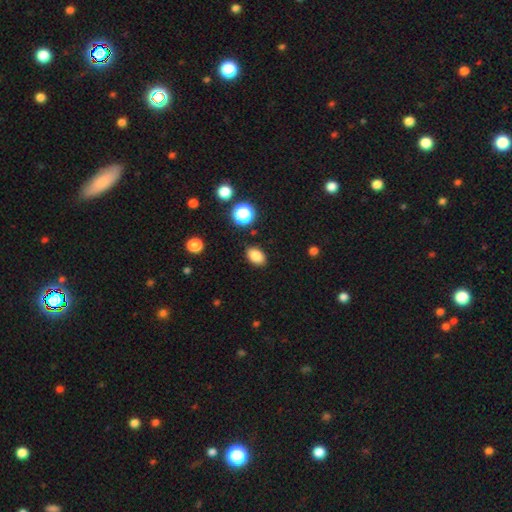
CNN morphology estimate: Smooth or featured: smooth — 83% (star or artifact — 11%)
How rounded: in between — 84% (round — 14%)
Merging: none — 87% (minor disturbance — 9%)